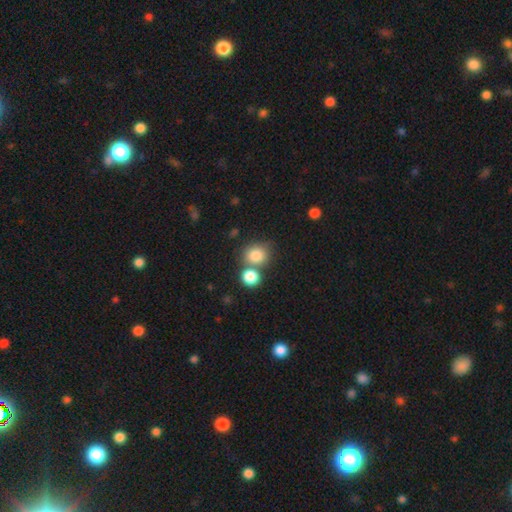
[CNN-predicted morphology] smooth-or-featured: smooth: 82% | star or artifact: 10% | featured or disk: 8%
  how-rounded: round: 78% | in between: 21% | cigar-shaped: 1%
  merging: none: 52% | merger: 34% | minor disturbance: 10% | major disturbance: 4%